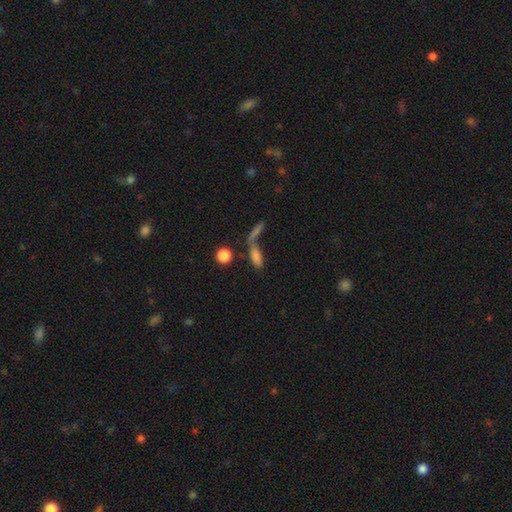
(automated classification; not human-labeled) A smooth galaxy with no disk features (70%) that is in between round and cigar-shaped (57%).

Vote fractions:
- Smooth or featured? smooth: 70% / featured or disk: 17% / star or artifact: 13%
- How rounded? in between: 57% / cigar-shaped: 33% / round: 10%
- Merging? none: 42% / merger: 36% / minor disturbance: 12% / major disturbance: 11%